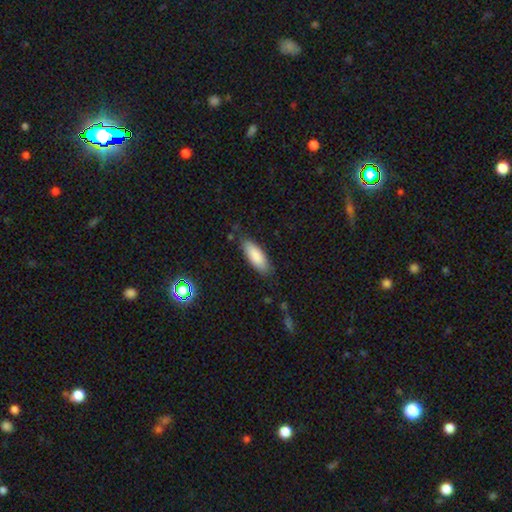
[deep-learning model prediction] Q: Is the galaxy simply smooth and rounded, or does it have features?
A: smooth — 87%.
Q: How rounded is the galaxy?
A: in between — 70%.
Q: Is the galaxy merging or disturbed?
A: none — 81%.